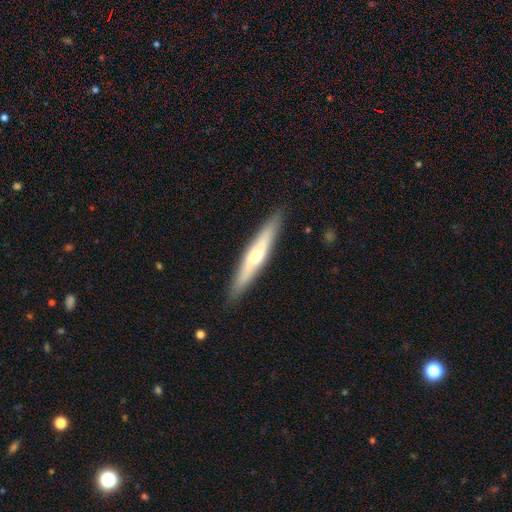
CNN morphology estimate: Smooth or featured?
  - featured or disk: 58% *
  - smooth: 37%
  - star or artifact: 6%
Edge-on disk?
  - yes: 90% *
  - no: 10%
Edge-on bulge?
  - rounded: 82% *
  - none: 15%
  - boxy: 3%
Merging?
  - none: 90% *
  - minor disturbance: 7%
  - major disturbance: 2%
  - merger: 1%